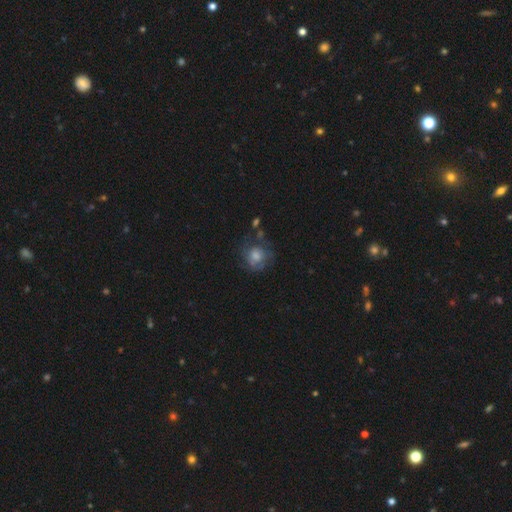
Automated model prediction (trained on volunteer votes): Smooth or featured? Predicted: smooth (p=0.46). Merging? Predicted: none (p=0.58).